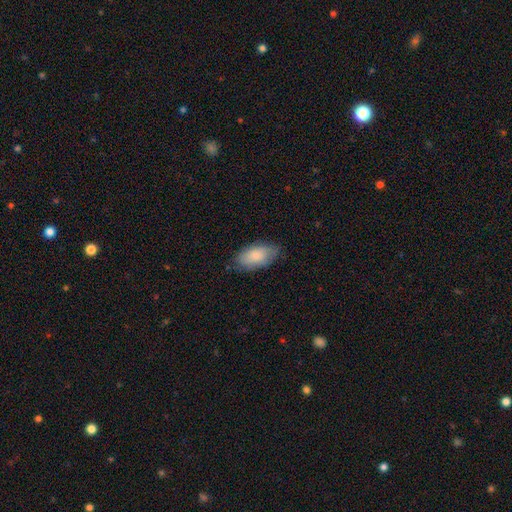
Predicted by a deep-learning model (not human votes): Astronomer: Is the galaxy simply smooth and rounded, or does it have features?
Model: smooth — 80%.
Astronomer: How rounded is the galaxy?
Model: in between — 94%.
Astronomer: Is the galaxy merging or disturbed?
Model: none — 75%.